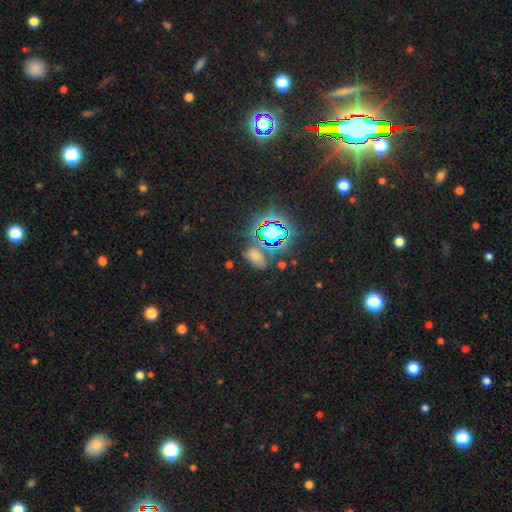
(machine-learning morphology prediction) smooth_or_featured: smooth (p=0.46) [alt: star or artifact p=0.43]
merging: none (p=0.66) [alt: minor disturbance p=0.17]